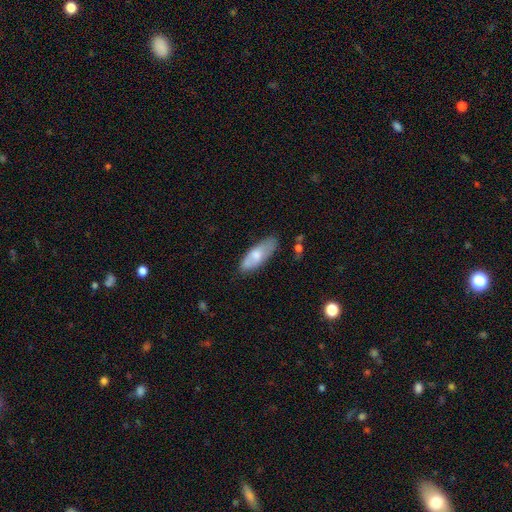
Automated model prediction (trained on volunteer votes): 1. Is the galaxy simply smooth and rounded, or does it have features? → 68% smooth, 26% featured or disk, 6% star or artifact.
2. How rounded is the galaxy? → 68% in between, 30% cigar-shaped, 2% round.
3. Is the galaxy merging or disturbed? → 66% none, 24% minor disturbance, 6% major disturbance, 4% merger.